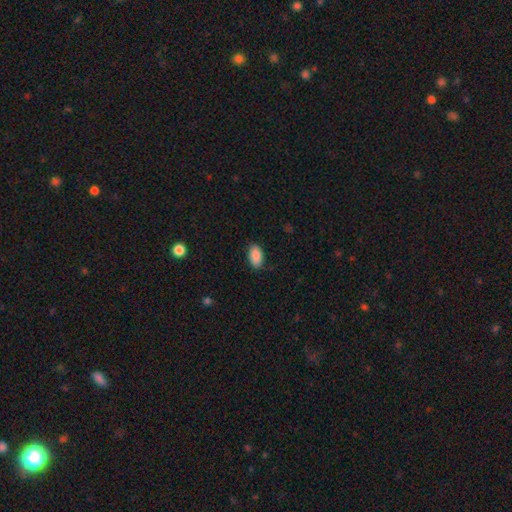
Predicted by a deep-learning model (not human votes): Overall: smooth (89%). How rounded: in between (93%). Merging: none (84%).